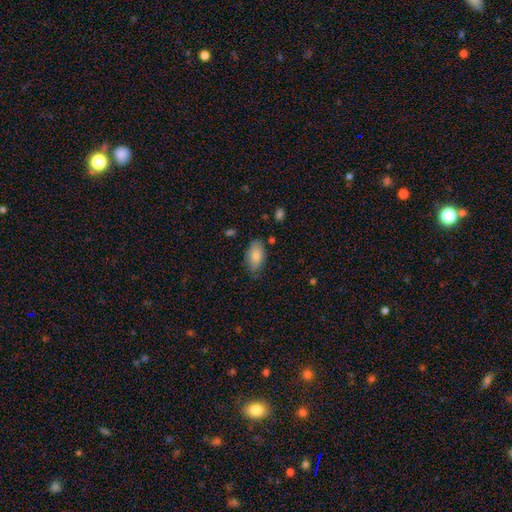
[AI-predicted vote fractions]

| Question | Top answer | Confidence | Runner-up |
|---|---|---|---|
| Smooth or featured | smooth | 83% | featured or disk (10%) |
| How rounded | in between | 93% | round (4%) |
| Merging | none | 76% | minor disturbance (18%) |